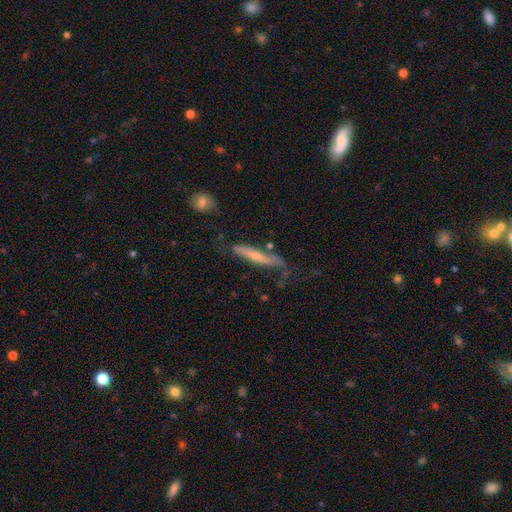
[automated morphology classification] smooth-or-featured: featured or disk: 49% | smooth: 44% | star or artifact: 7%
  merging: none: 59% | minor disturbance: 27% | major disturbance: 9% | merger: 6%